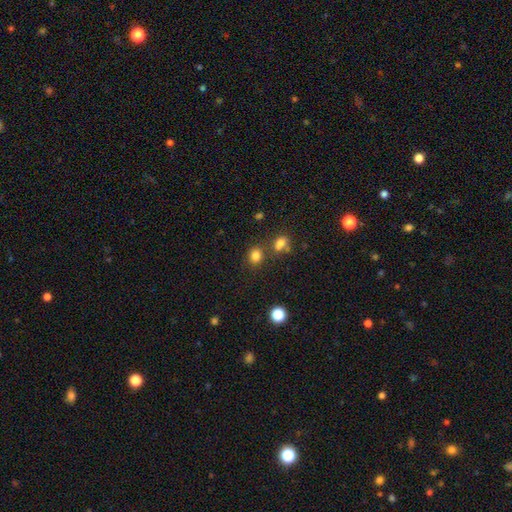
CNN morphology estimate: smooth-or-featured: smooth: 80% | star or artifact: 14% | featured or disk: 5%
  how-rounded: round: 74% | in between: 25% | cigar-shaped: 1%
  merging: none: 71% | merger: 16% | minor disturbance: 10% | major disturbance: 4%